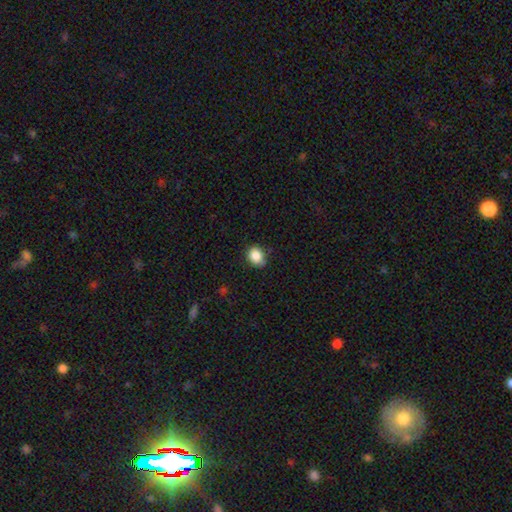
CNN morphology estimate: A smooth galaxy with no disk features (86%) that is round (60%).

Vote fractions:
- Smooth or featured? smooth: 86% / star or artifact: 9% / featured or disk: 5%
- How rounded? round: 60% / in between: 39% / cigar-shaped: 1%
- Merging? none: 72% / minor disturbance: 23% / major disturbance: 4% / merger: 2%